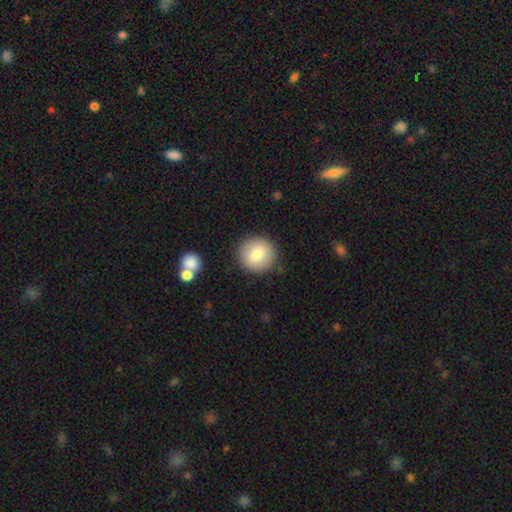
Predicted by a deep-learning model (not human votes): Smooth or featured?
  - smooth: 79% *
  - featured or disk: 13%
  - star or artifact: 9%
How rounded?
  - round: 93% *
  - in between: 6%
  - cigar-shaped: 1%
Merging?
  - none: 89% *
  - minor disturbance: 7%
  - major disturbance: 2%
  - merger: 2%